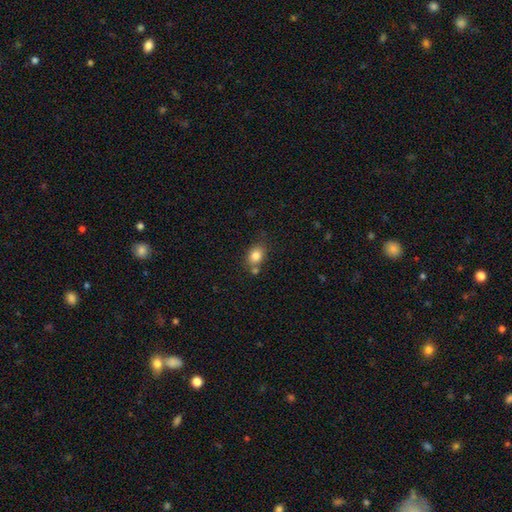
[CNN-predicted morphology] The model was most divided on "how rounded": in between: 61%, round: 38%, cigar-shaped: 1%. More confident: smooth or featured — smooth (83%); merging — none (61%).